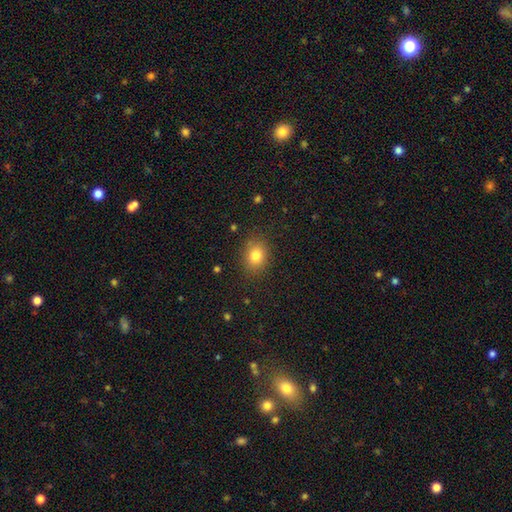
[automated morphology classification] A smooth galaxy with no disk features (81%) that is round (54%). Merging: none (85%).